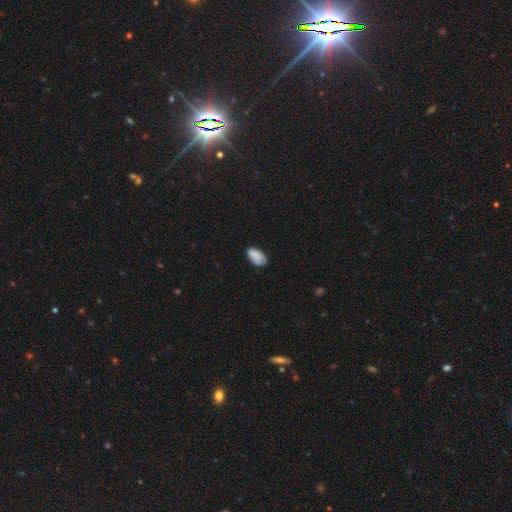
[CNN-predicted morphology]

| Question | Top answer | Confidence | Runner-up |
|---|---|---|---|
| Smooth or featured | smooth | 80% | featured or disk (11%) |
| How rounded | in between | 93% | round (4%) |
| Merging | none | 63% | minor disturbance (28%) |